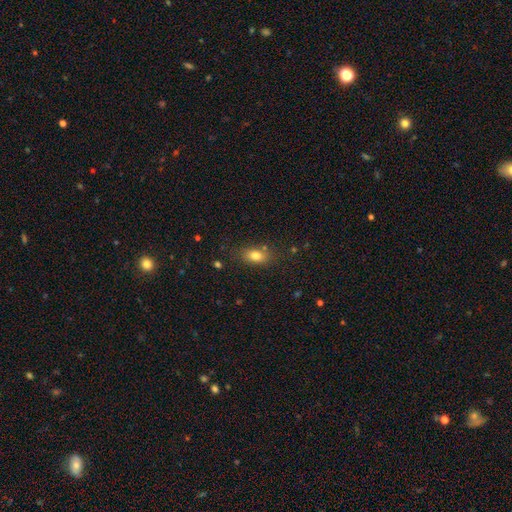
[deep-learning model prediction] Morphology: type=smooth (80%); roundness=in between (82%); merging=none (76%).